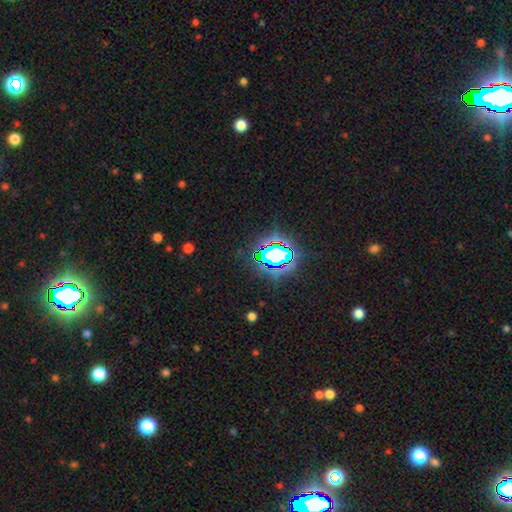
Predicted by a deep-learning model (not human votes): Smooth or featured?
  - star or artifact: 75% *
  - smooth: 16%
  - featured or disk: 9%